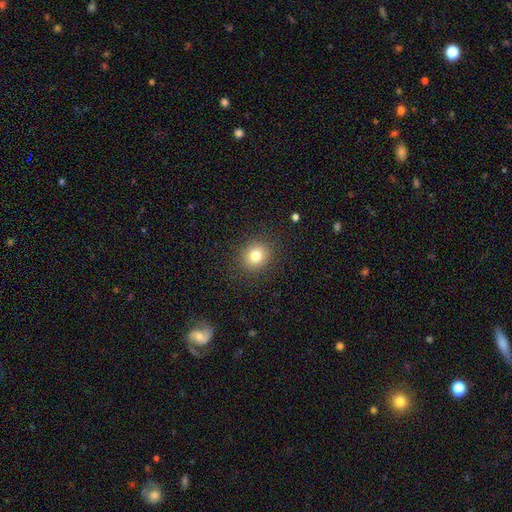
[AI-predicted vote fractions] Morphology: type=smooth (79%); roundness=round (83%); merging=none (89%).